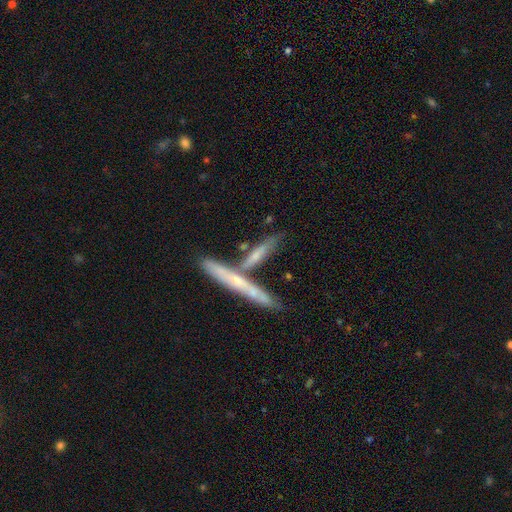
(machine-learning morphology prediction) Smooth or featured? smooth (48%)
Merging? none (51%)